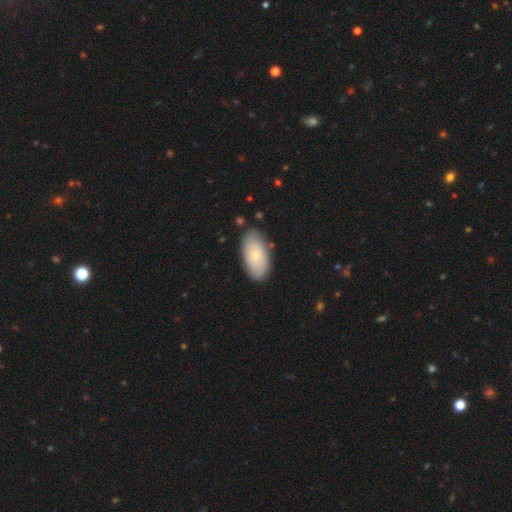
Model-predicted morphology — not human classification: smooth-or-featured: smooth: 65% | featured or disk: 30% | star or artifact: 6%
  how-rounded: in between: 94% | round: 3% | cigar-shaped: 3%
  merging: none: 81% | minor disturbance: 14% | major disturbance: 3% | merger: 2%